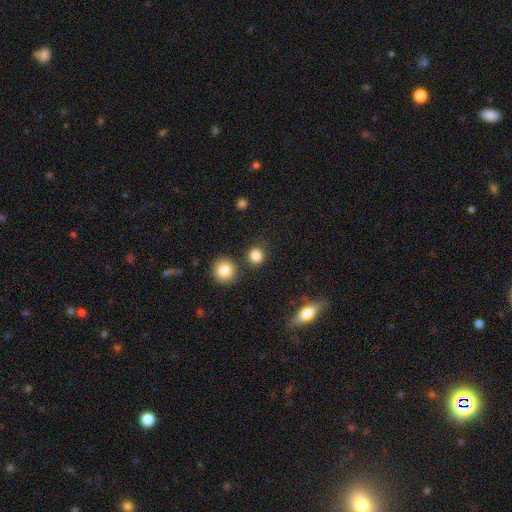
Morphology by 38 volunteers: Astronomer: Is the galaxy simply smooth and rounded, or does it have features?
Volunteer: smooth — 89%.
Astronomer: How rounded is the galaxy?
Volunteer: round — 97%.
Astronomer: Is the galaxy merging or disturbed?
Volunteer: none — 89%.